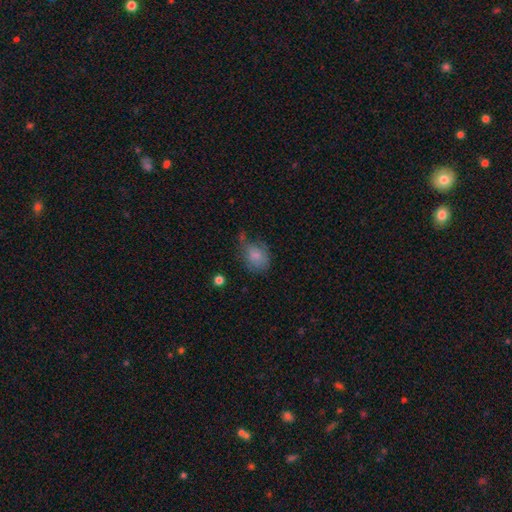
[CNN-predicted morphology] smooth-or-featured: smooth: 79% | featured or disk: 12% | star or artifact: 9%
  how-rounded: in between: 58% | round: 41% | cigar-shaped: 1%
  merging: none: 50% | minor disturbance: 30% | major disturbance: 14% | merger: 6%